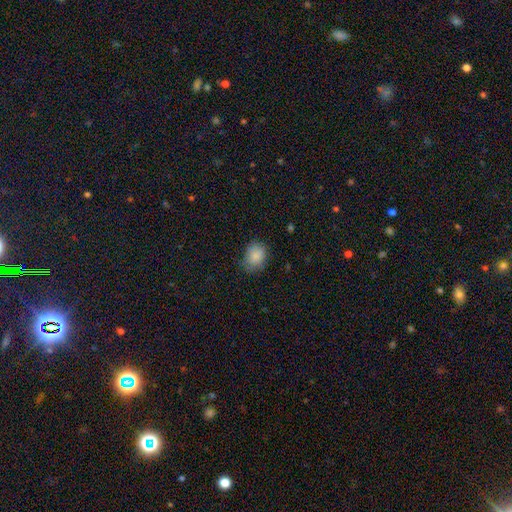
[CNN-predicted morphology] This is clearly a smooth galaxy (86%). How rounded: possibly in between (50%). Merging: likely none (71%).